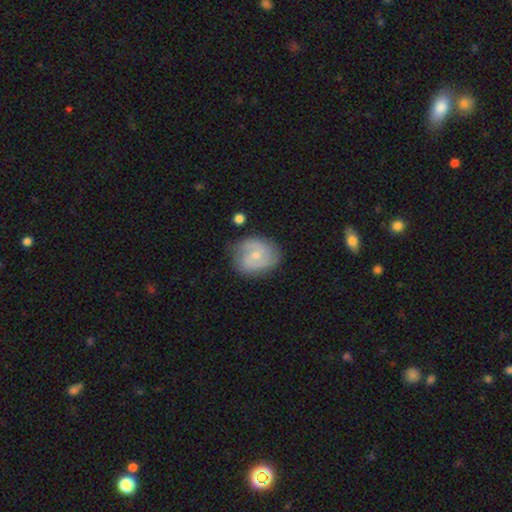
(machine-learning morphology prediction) Q: Smooth or featured?
A: featured or disk (70%); runner-up: smooth (24%)
Q: Edge-on disk?
A: no (98%); runner-up: yes (2%)
Q: Bar?
A: no (60%); runner-up: weak (35%)
Q: Spiral arms?
A: yes (90%); runner-up: no (10%)
Q: Spiral winding?
A: medium (44%); runner-up: tight (41%)
Q: Spiral arm count?
A: 2 (64%); runner-up: can't tell (16%)
Q: Bulge size?
A: small (60%); runner-up: moderate (36%)
Q: Merging?
A: none (71%); runner-up: minor disturbance (20%)